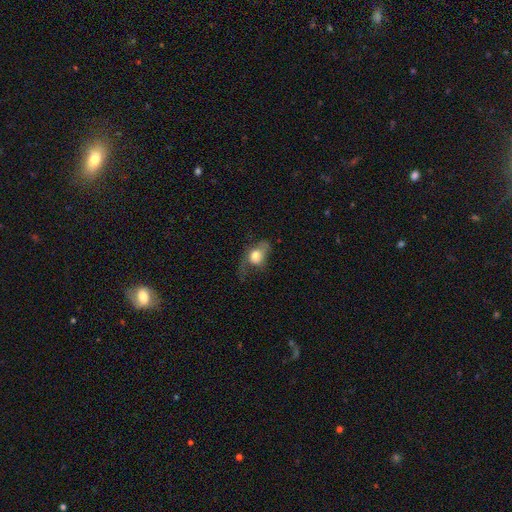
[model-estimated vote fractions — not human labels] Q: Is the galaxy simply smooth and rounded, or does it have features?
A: smooth — 60%.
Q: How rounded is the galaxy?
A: in between — 60%.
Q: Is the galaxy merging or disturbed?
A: major disturbance — 43%.